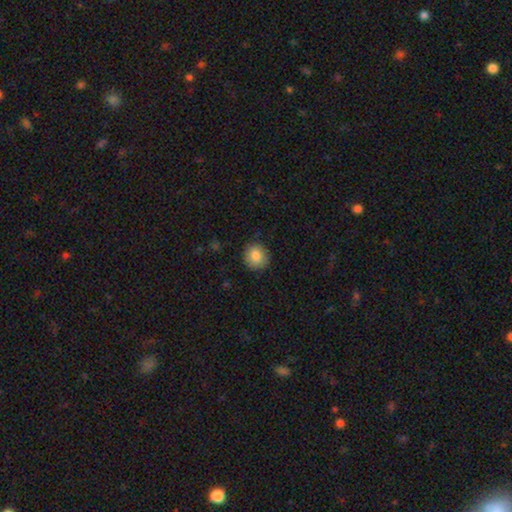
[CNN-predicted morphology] type=smooth (85%); roundness=round (85%); merging=none (87%).